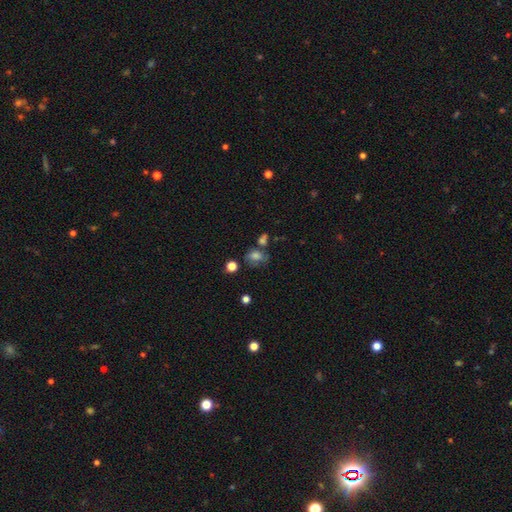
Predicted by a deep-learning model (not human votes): Smooth or featured? smooth (70%)
How rounded? in between (66%)
Merging? none (46%)